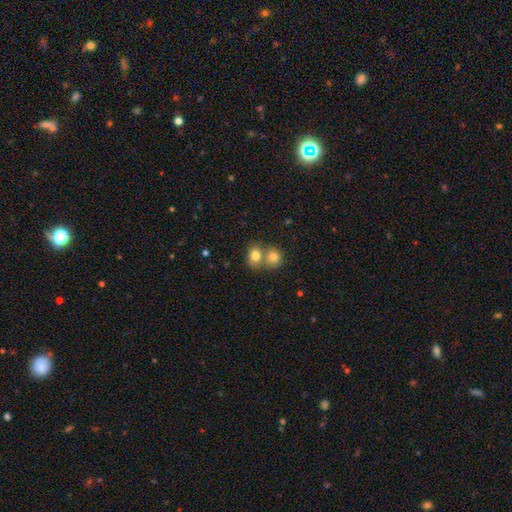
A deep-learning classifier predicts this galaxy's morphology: smooth_or_featured: smooth (p=0.80) [alt: featured or disk p=0.10]
how_rounded: round (p=0.62) [alt: in between p=0.37]
merging: merger (p=0.52) [alt: none p=0.38]